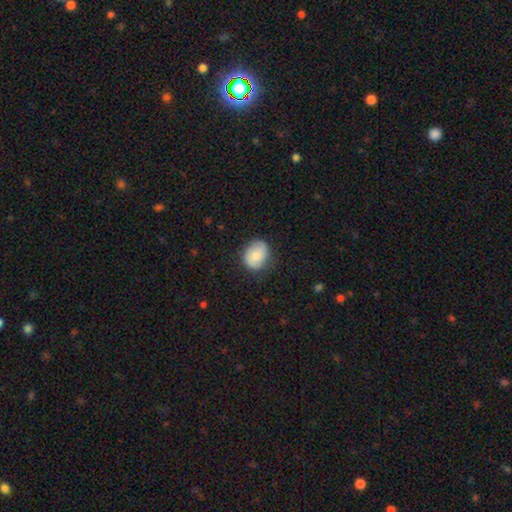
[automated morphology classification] smooth_or_featured: smooth (p=0.76) [alt: featured or disk p=0.17]
how_rounded: round (p=0.52) [alt: in between p=0.47]
merging: none (p=0.75) [alt: minor disturbance p=0.19]